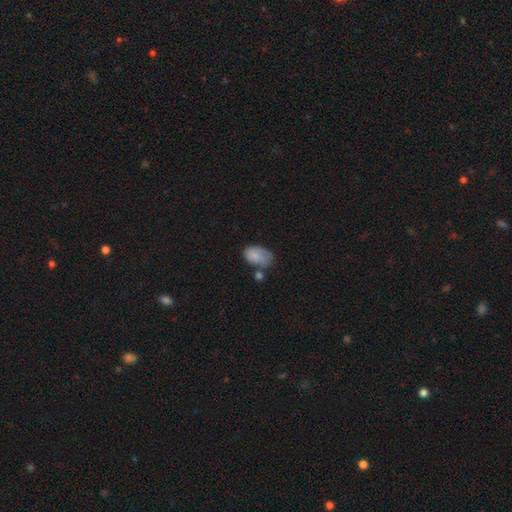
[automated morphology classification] Smooth or featured? smooth (78%)
How rounded? in between (90%)
Merging? none (41%)